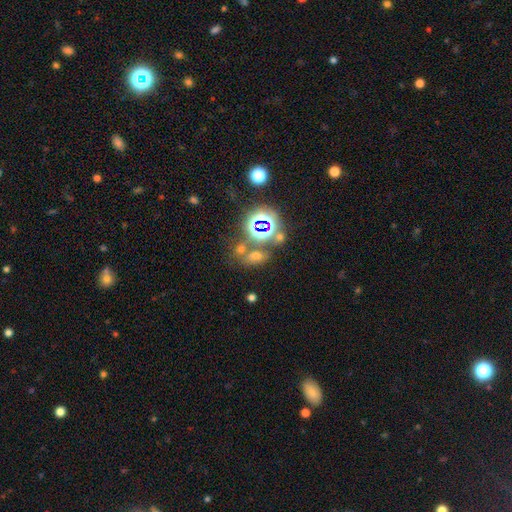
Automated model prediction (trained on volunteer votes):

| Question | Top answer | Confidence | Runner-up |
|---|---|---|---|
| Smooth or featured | smooth | 51% | star or artifact (37%) |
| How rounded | in between | 74% | round (23%) |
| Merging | none | 58% | merger (24%) |